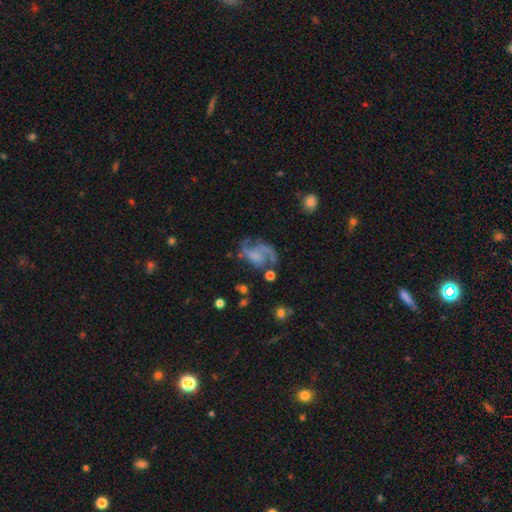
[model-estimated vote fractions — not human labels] Morphology: type=featured or disk (73%); edge-on=no (98%); bar=no (63%); spiral arms=yes (86%); winding=loose (44%); arm count=2 (56%); bulge=none (58%); merging=none (42%).